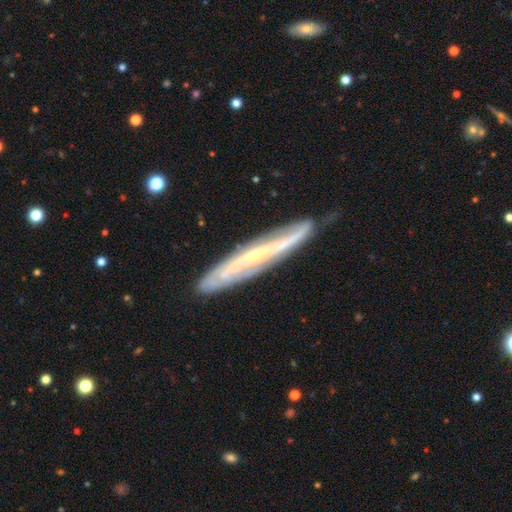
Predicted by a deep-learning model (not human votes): Smooth or featured? Predicted: featured or disk (p=0.80). Edge-on disk? Predicted: yes (p=0.64). Edge-on bulge? Predicted: rounded (p=0.53). Merging? Predicted: none (p=0.81).